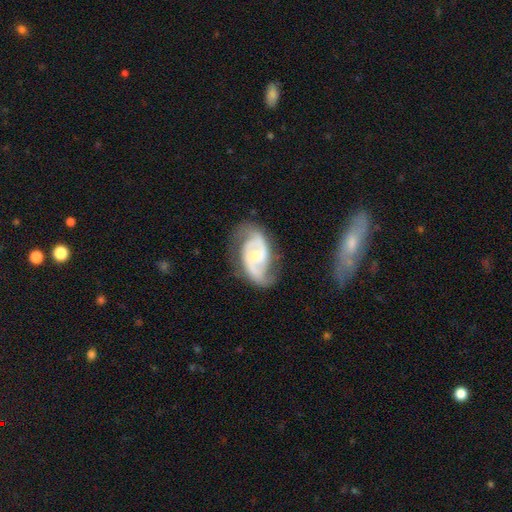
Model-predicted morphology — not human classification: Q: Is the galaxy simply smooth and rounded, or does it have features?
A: featured or disk — 88%.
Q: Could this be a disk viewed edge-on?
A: no — 97%.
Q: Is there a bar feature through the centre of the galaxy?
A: no — 48%.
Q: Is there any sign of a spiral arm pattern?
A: yes — 96%.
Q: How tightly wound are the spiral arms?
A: medium — 51%.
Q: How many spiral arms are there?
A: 2 — 88%.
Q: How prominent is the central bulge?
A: moderate — 52%.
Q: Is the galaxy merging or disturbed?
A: none — 70%.